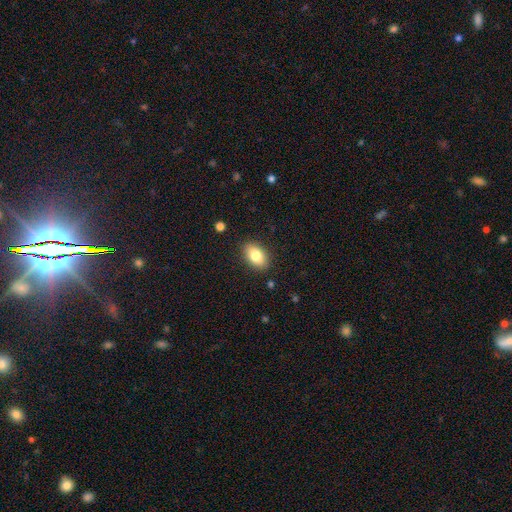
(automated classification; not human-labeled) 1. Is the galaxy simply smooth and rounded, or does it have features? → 81% smooth, 12% featured or disk, 8% star or artifact.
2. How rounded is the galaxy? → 89% in between, 9% round, 2% cigar-shaped.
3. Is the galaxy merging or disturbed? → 88% none, 9% minor disturbance, 2% major disturbance, 1% merger.